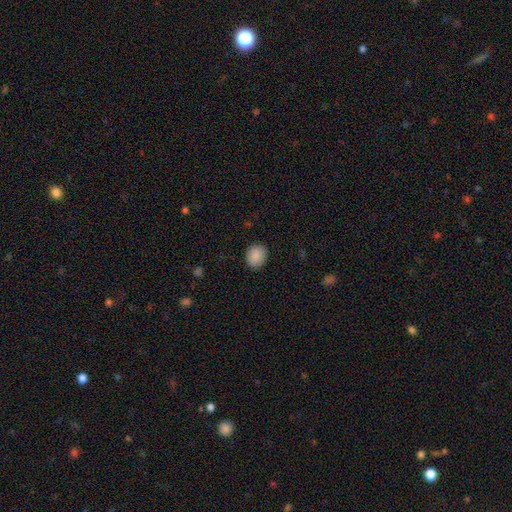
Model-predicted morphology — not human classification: A smooth galaxy with no disk features (89%) that is round (59%). Merging: none (89%).